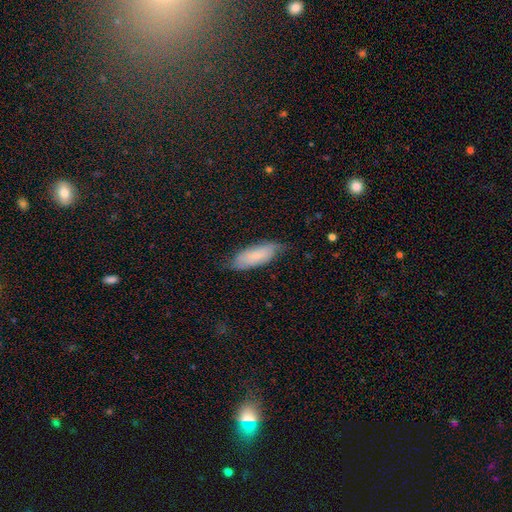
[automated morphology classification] Smooth or featured? Predicted: smooth (p=0.75). How rounded? Predicted: in between (p=0.70). Merging? Predicted: none (p=0.69).